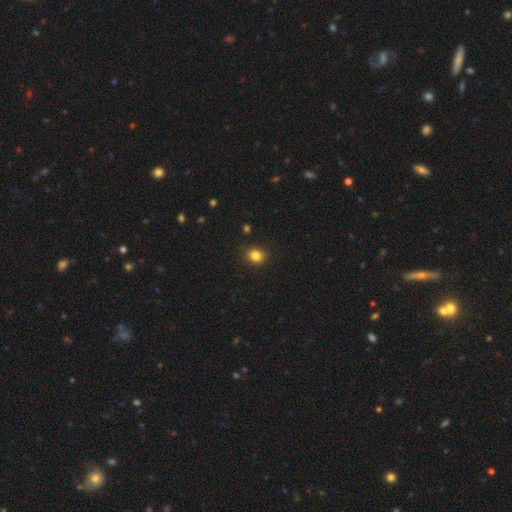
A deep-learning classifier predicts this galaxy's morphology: A smooth galaxy with no disk features (84%) that is round (73%). Merging: none (89%).